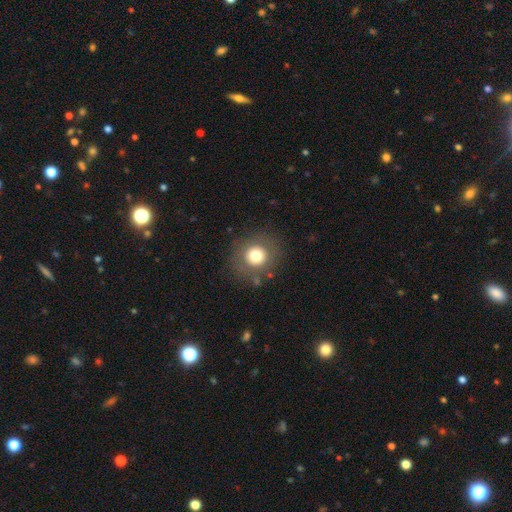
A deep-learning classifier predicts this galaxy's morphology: Overall: smooth (73%). How rounded: round (90%). Merging: none (83%).